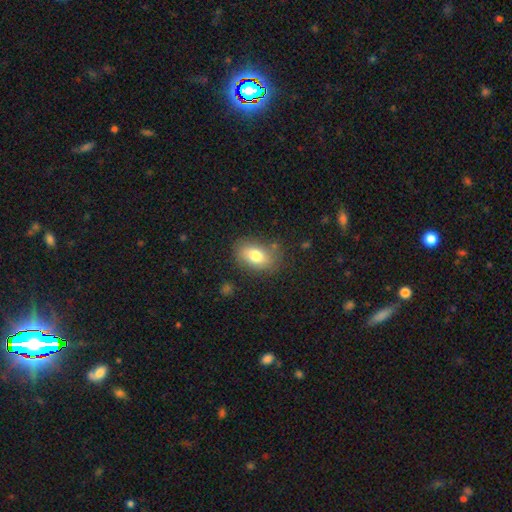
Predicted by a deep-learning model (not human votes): A smooth galaxy with no disk features (78%) that is in between round and cigar-shaped (84%).

Vote fractions:
- Smooth or featured? smooth: 78% / featured or disk: 13% / star or artifact: 9%
- How rounded? in between: 84% / round: 15% / cigar-shaped: 2%
- Merging? none: 78% / minor disturbance: 15% / major disturbance: 5% / merger: 2%